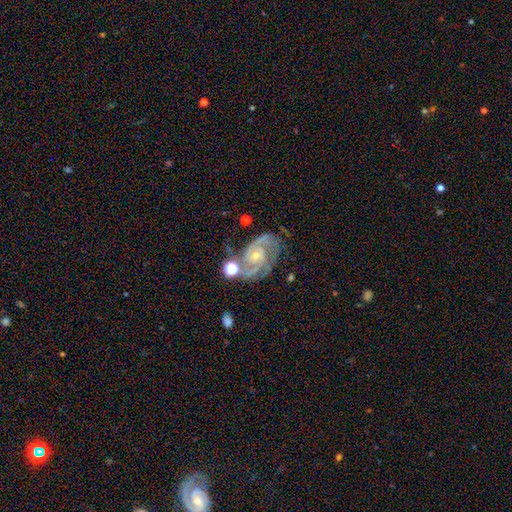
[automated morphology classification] smooth-or-featured: featured or disk: 89% | star or artifact: 6% | smooth: 4%
  disk-edge-on: no: 98% | yes: 2%
    bar: no: 64% | weak: 28% | strong: 8%
    has-spiral-arms: yes: 98% | no: 2%
      spiral-winding: tight: 50% | medium: 43% | loose: 7%
      spiral-arm-count: 2: 59% | 3: 23% | can't tell: 8% | 4: 4% | 1: 3% | more than 4: 3%
    bulge-size: small: 65% | moderate: 31% | none: 2% | large: 1% | dominant: 1%
  merging: none: 63% | minor disturbance: 20% | major disturbance: 9% | merger: 9%